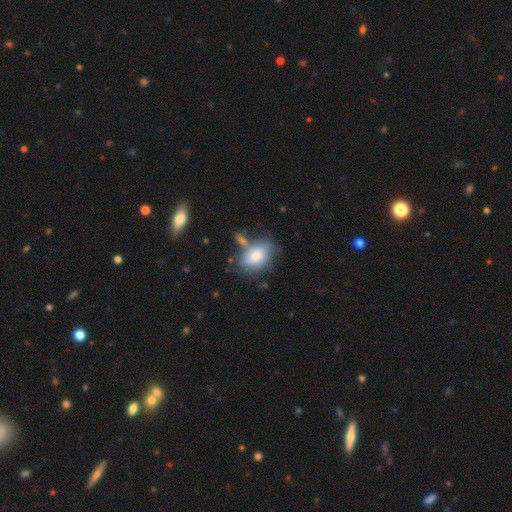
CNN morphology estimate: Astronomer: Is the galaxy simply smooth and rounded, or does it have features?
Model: smooth — 72%.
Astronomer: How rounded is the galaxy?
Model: in between — 81%.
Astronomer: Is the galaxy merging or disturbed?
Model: none — 47% (runner-up: minor disturbance, 25%).